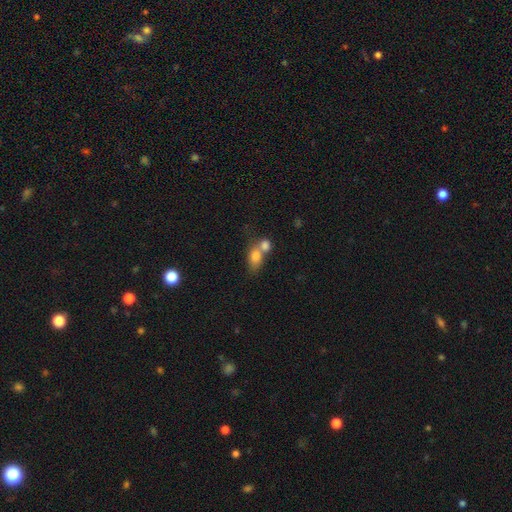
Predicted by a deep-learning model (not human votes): A smooth galaxy with no disk features (78%) that is in between round and cigar-shaped (69%).

Vote fractions:
- Smooth or featured? smooth: 78% / featured or disk: 13% / star or artifact: 9%
- How rounded? in between: 69% / round: 27% / cigar-shaped: 3%
- Merging? merger: 62% / none: 24% / minor disturbance: 8% / major disturbance: 5%